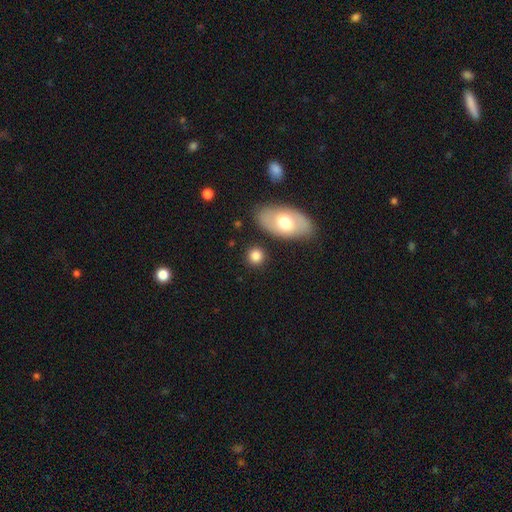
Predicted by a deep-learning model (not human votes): Overall: smooth (81%). How rounded: round (77%). Merging: none (84%).